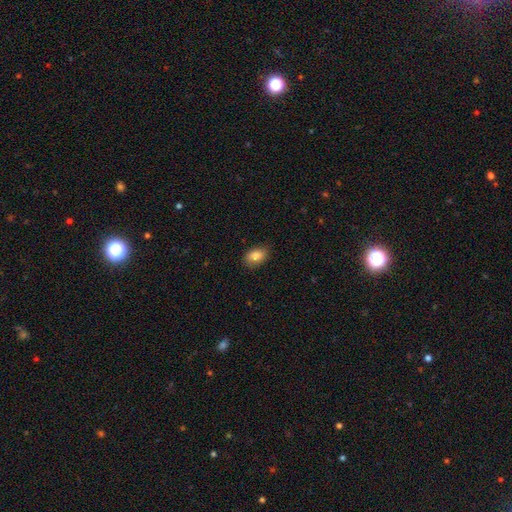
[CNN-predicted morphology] A smooth galaxy with no disk features (84%) that is in between round and cigar-shaped (87%).

Vote fractions:
- Smooth or featured? smooth: 84% / featured or disk: 8% / star or artifact: 8%
- How rounded? in between: 87% / round: 12% / cigar-shaped: 2%
- Merging? none: 82% / minor disturbance: 15% / major disturbance: 3% / merger: 1%